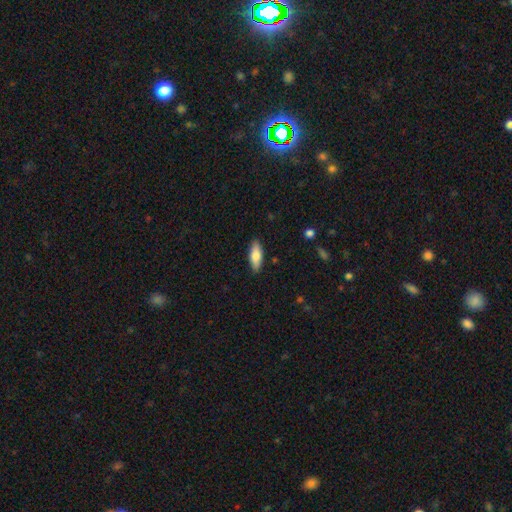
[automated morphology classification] A smooth galaxy with no disk features (79%) that is in between round and cigar-shaped (68%).

Vote fractions:
- Smooth or featured? smooth: 79% / featured or disk: 15% / star or artifact: 6%
- How rounded? in between: 68% / cigar-shaped: 29% / round: 2%
- Merging? none: 87% / minor disturbance: 10% / major disturbance: 2% / merger: 1%